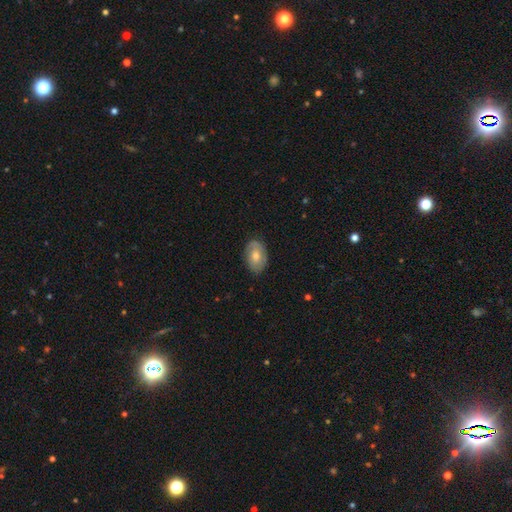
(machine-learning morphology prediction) A smooth galaxy with no disk features (51%) that is in between round and cigar-shaped (85%). Merging: none (82%).